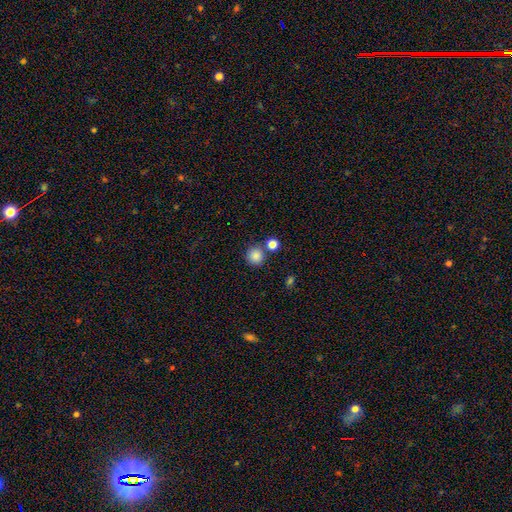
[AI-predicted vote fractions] This appears to be a smooth galaxy with no disk features (85%) that is round (93%). Merging: none (75%).